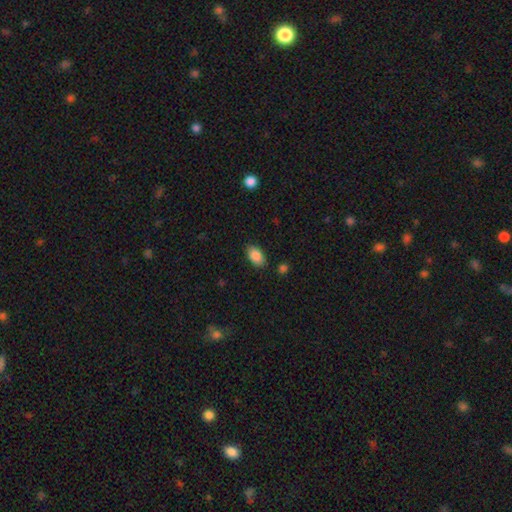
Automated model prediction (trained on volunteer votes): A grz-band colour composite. It shows a smooth galaxy with no disk features (87%) that is in between round and cigar-shaped (92%). Merging: none (85%).